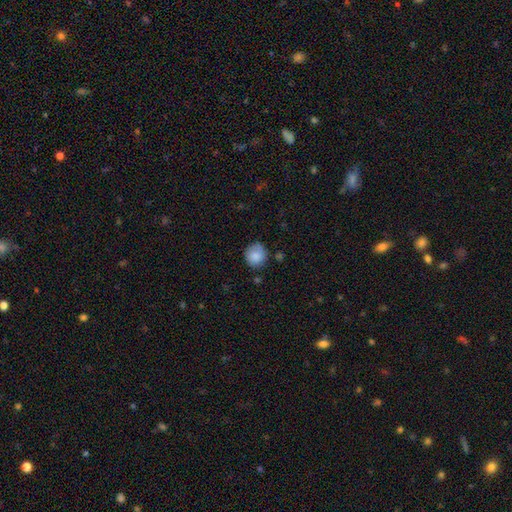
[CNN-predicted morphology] type=smooth (84%); roundness=round (85%); merging=none (74%).